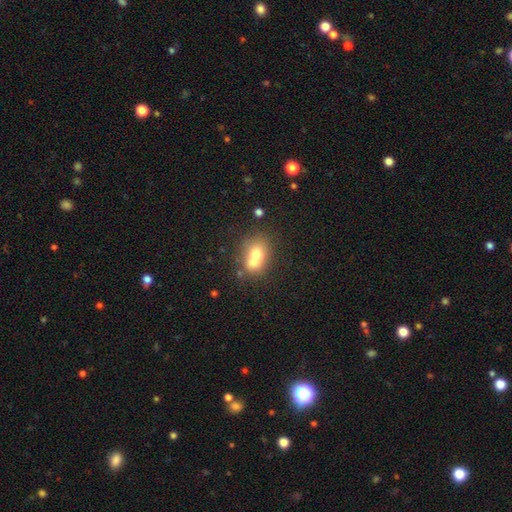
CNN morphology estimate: smooth 66%, featured or disk 23%, star or artifact 11%. Down the decision tree: how rounded — round (51%); merging — merger (58%).